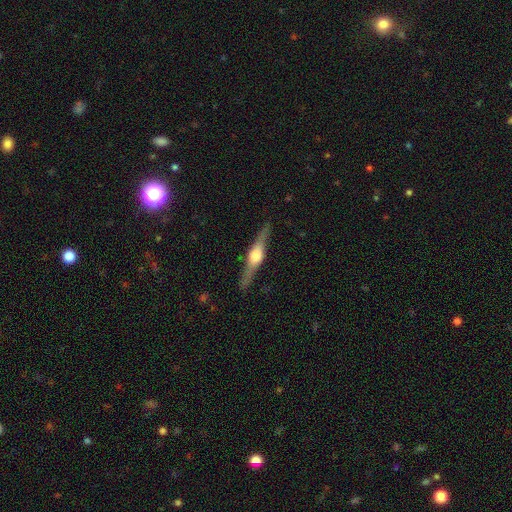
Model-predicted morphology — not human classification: Smooth or featured? Predicted: featured or disk (p=0.79). Edge-on disk? Predicted: yes (p=0.98). Edge-on bulge? Predicted: rounded (p=0.91). Merging? Predicted: none (p=0.89).